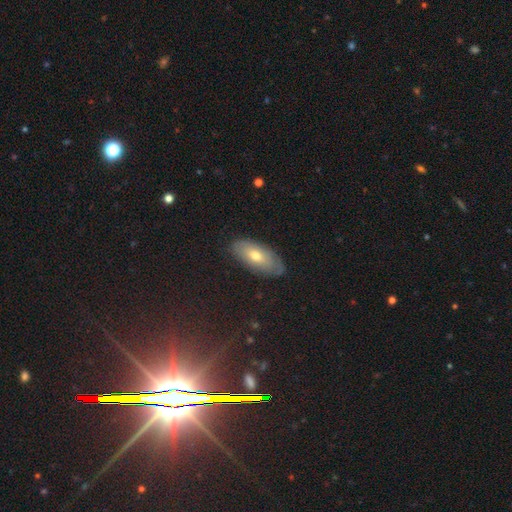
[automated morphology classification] A smooth galaxy with no disk features (57%) that is in between round and cigar-shaped (88%).

Vote fractions:
- Smooth or featured? smooth: 57% / featured or disk: 35% / star or artifact: 8%
- How rounded? in between: 88% / cigar-shaped: 9% / round: 3%
- Merging? none: 80% / minor disturbance: 16% / major disturbance: 3% / merger: 1%